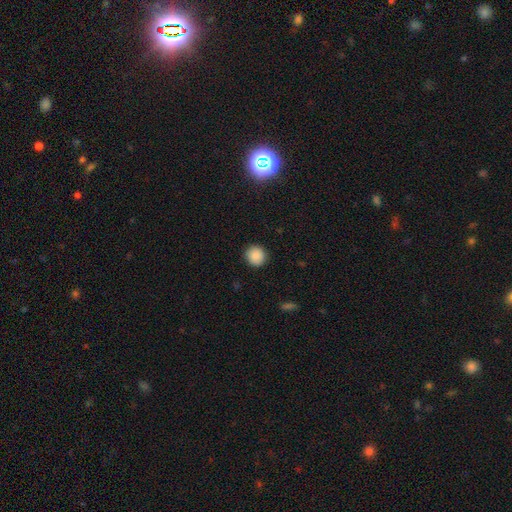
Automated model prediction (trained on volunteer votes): This is clearly a smooth galaxy (88%). How rounded: clearly round (92%). Merging: clearly none (91%).